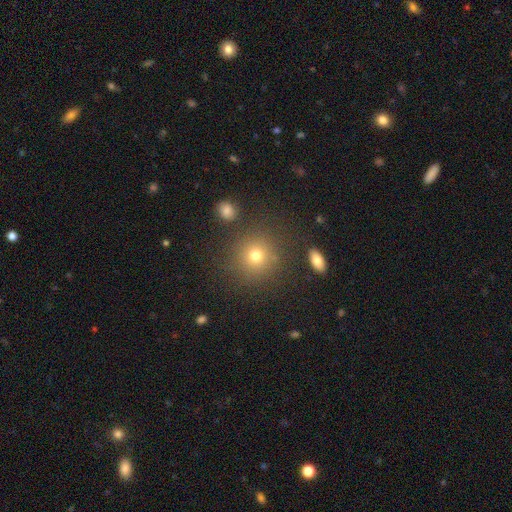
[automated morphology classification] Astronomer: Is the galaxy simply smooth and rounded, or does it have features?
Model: smooth — 74%.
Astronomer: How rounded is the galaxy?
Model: round — 91%.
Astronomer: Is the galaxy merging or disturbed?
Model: none — 83%.